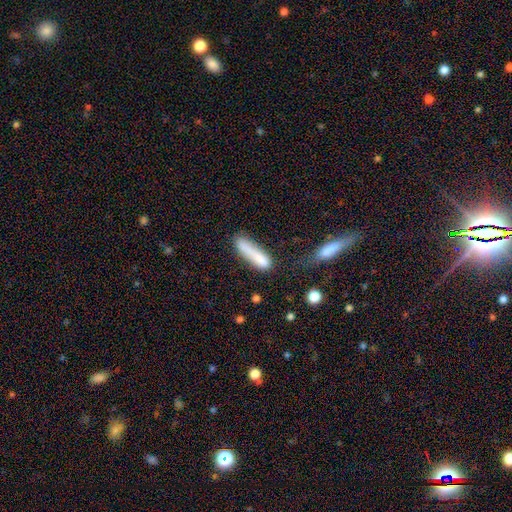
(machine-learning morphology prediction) Smooth or featured: smooth — 77% (featured or disk — 16%)
How rounded: cigar-shaped — 80% (in between — 18%)
Merging: none — 50% (minor disturbance — 25%)